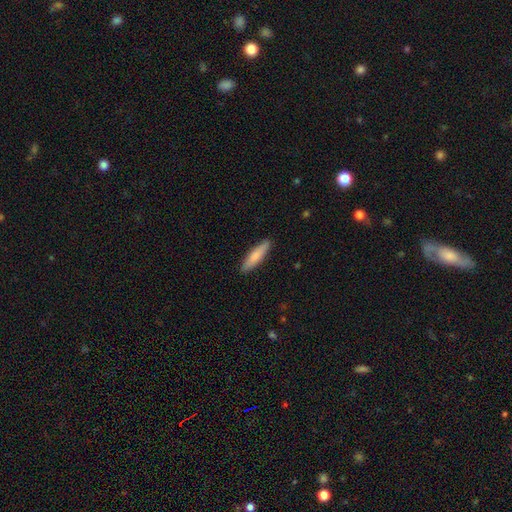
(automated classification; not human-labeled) Smooth or featured: smooth — 78% (featured or disk — 17%)
How rounded: cigar-shaped — 78% (in between — 20%)
Merging: none — 90% (minor disturbance — 7%)